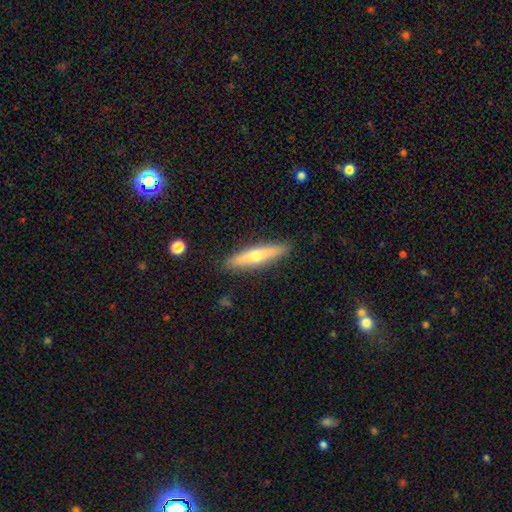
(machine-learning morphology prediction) Q: Smooth or featured?
A: smooth (48%); runner-up: featured or disk (47%)
Q: Merging?
A: none (89%); runner-up: minor disturbance (8%)